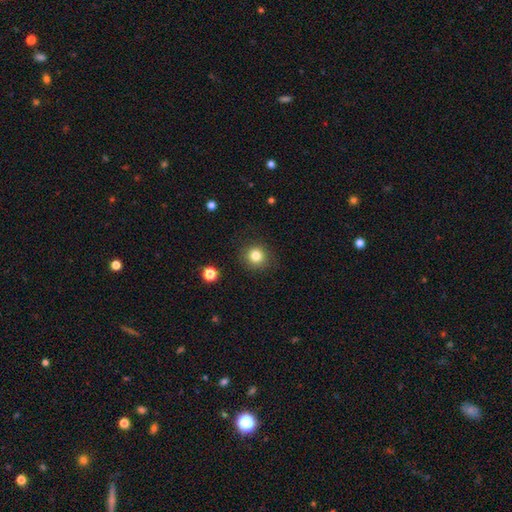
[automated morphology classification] A smooth galaxy with no disk features (82%) that is round (91%). Merging: none (88%).